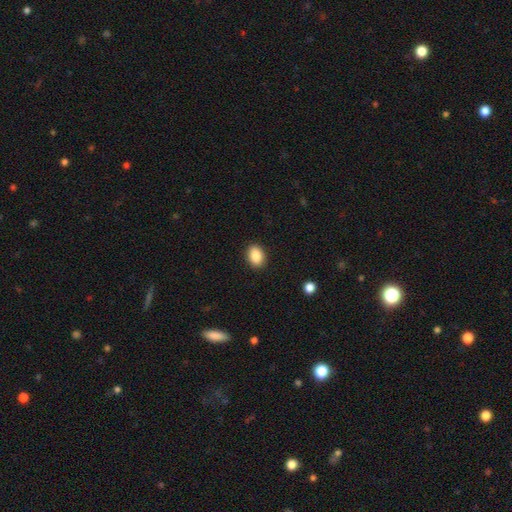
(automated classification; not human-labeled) Smooth or featured: smooth — 88% (star or artifact — 8%)
How rounded: in between — 77% (round — 22%)
Merging: none — 90% (minor disturbance — 7%)